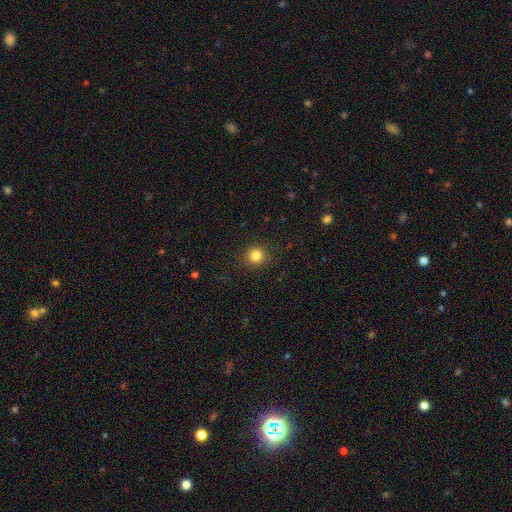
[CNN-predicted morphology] Smooth or featured? Predicted: smooth (p=0.84). How rounded? Predicted: round (p=0.92). Merging? Predicted: none (p=0.90).